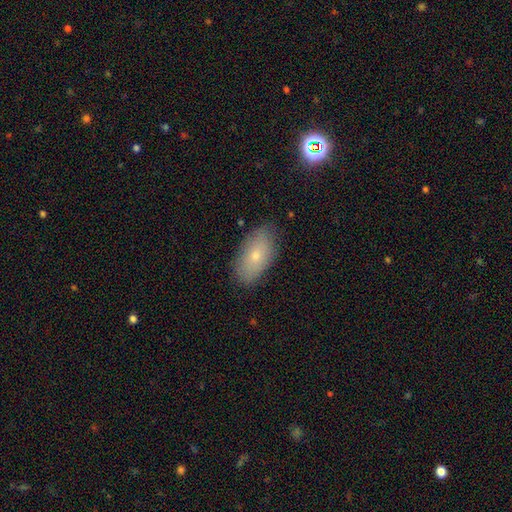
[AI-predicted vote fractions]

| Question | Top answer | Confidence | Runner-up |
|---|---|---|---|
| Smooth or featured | smooth | 69% | featured or disk (21%) |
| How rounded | in between | 92% | round (5%) |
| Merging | none | 84% | minor disturbance (13%) |